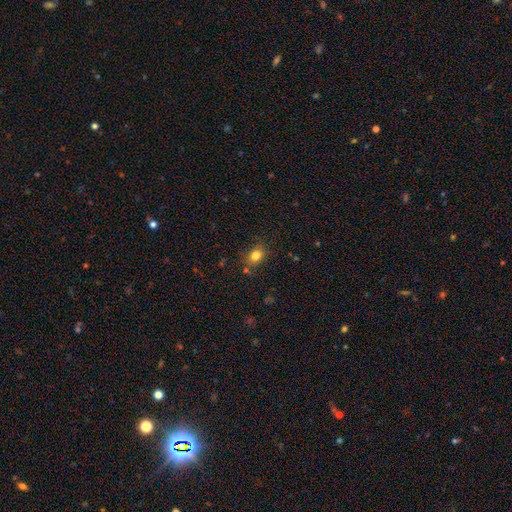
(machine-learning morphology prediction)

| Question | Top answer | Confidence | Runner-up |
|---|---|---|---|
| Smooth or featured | smooth | 80% | star or artifact (12%) |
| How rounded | in between | 56% | round (43%) |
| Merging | none | 77% | minor disturbance (14%) |